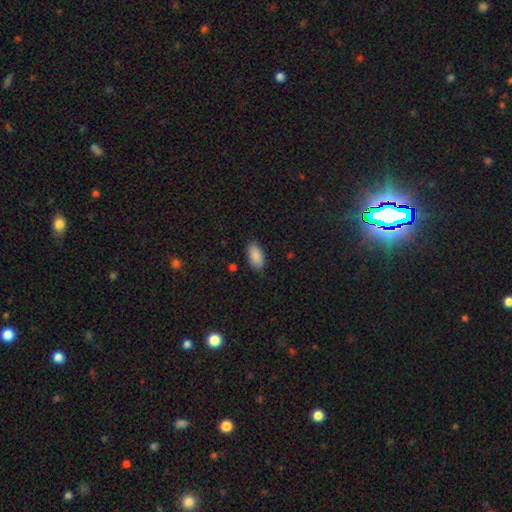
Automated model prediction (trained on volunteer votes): Overall: smooth (89%). How rounded: in between (94%). Merging: none (85%).